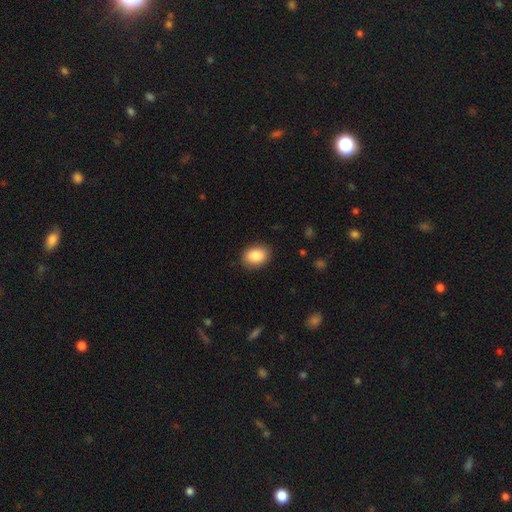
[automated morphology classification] Overall: smooth (88%). How rounded: in between (72%). Merging: none (87%).